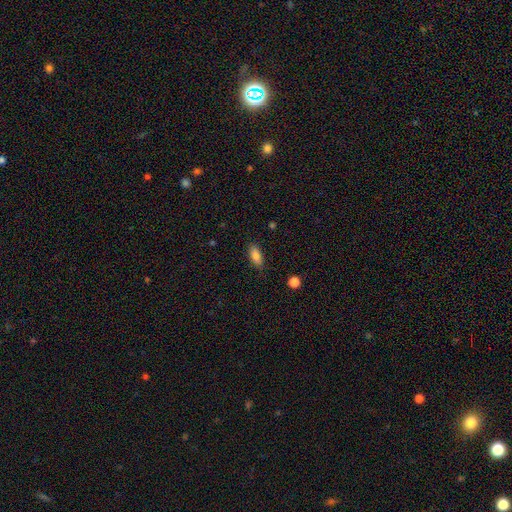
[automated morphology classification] type=smooth (85%); roundness=in between (84%); merging=none (84%).